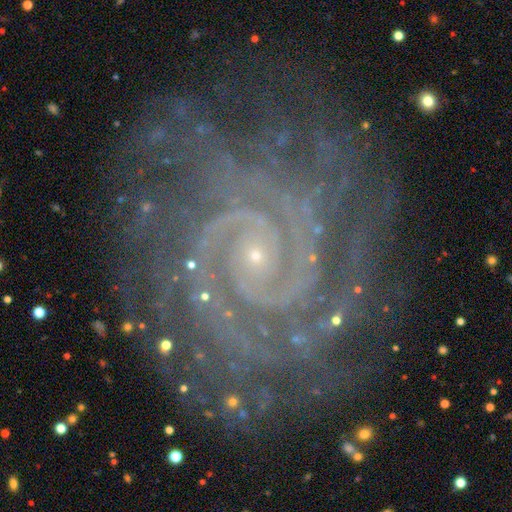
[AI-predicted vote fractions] Morphology: type=featured or disk (87%); edge-on=no (98%); bar=no (51%); spiral arms=yes (98%); winding=tight (74%); arm count=2 (31%); bulge=small (85%); merging=none (79%).